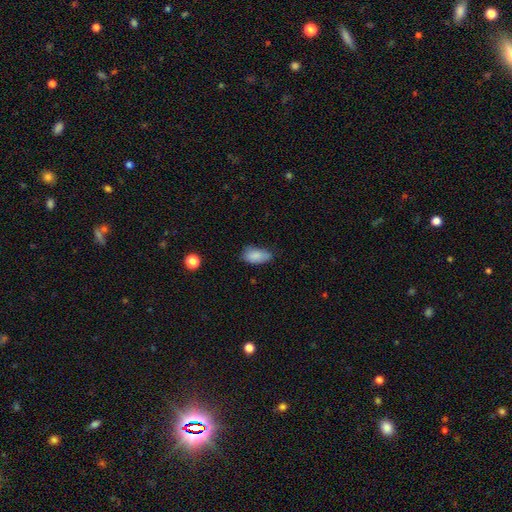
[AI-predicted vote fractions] smooth_or_featured: smooth (p=0.85) [alt: star or artifact p=0.08]
how_rounded: in between (p=0.92) [alt: cigar-shaped p=0.04]
merging: none (p=0.60) [alt: minor disturbance p=0.32]